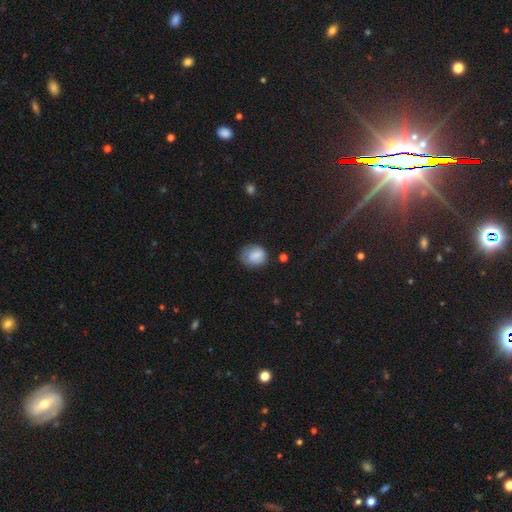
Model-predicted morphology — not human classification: smooth 77%, featured or disk 15%, star or artifact 9%. Down the decision tree: how rounded — round (56%); merging — none (56%).